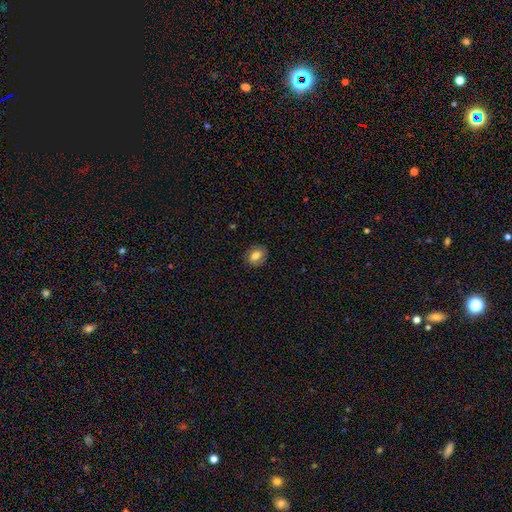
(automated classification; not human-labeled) smooth 70%, featured or disk 21%, star or artifact 9%. Down the decision tree: how rounded — in between (63%); merging — none (82%).